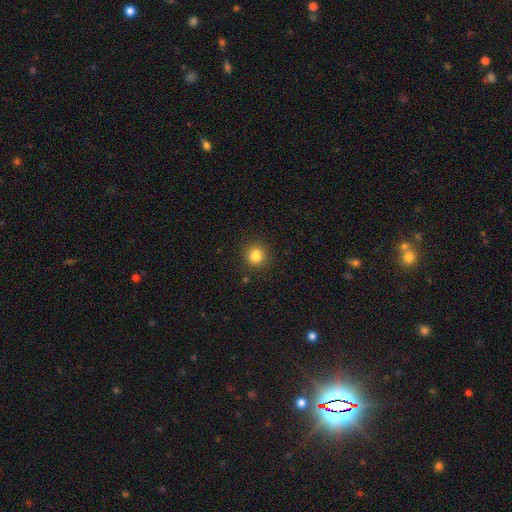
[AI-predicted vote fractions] Overall: smooth (83%). How rounded: round (90%). Merging: none (89%).